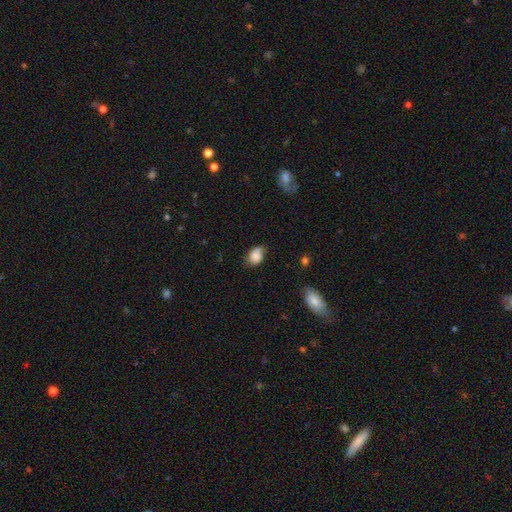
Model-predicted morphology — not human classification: Smooth or featured?
  - smooth: 81% *
  - featured or disk: 10%
  - star or artifact: 9%
How rounded?
  - in between: 72% *
  - round: 27%
  - cigar-shaped: 1%
Merging?
  - none: 52% *
  - minor disturbance: 36%
  - major disturbance: 9%
  - merger: 3%